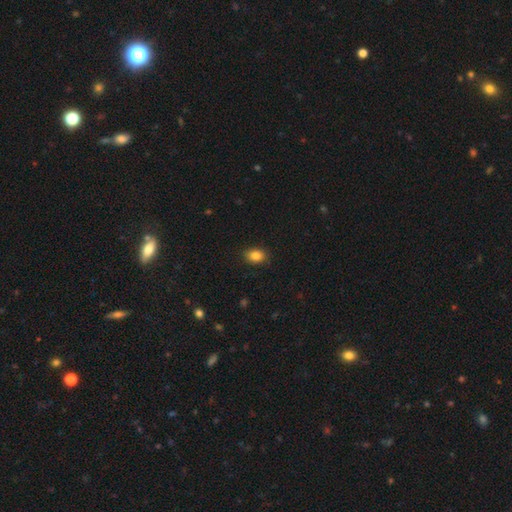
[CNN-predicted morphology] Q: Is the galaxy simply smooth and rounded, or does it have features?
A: smooth — 85%.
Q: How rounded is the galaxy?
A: in between — 71%.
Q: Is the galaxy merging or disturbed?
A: none — 88%.